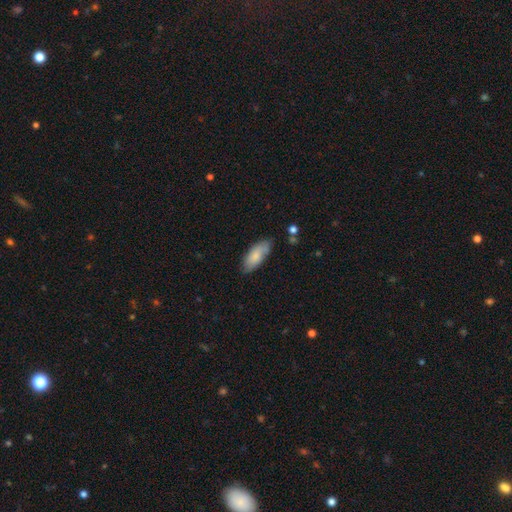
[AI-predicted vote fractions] Overall: smooth (78%). How rounded: in between (83%). Merging: none (72%).